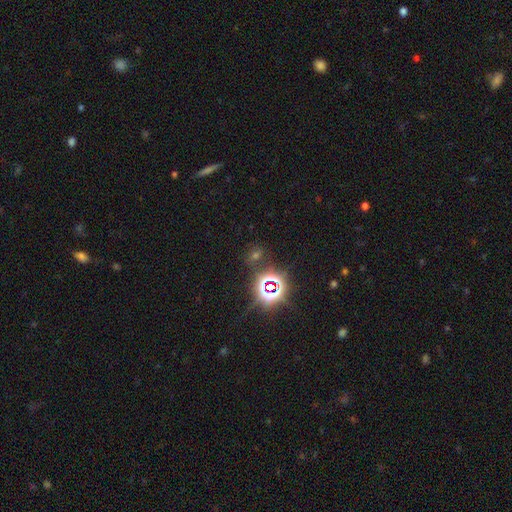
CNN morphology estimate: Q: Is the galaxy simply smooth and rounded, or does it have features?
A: star or artifact — 64%.